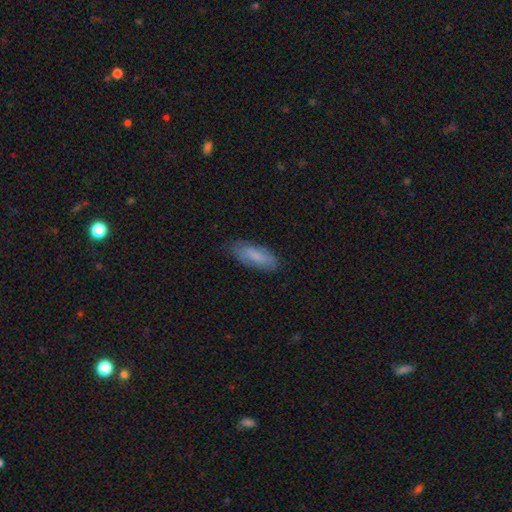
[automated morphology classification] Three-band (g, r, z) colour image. It shows a smooth galaxy with no disk features (76%) that is in between round and cigar-shaped (60%). Merging: none (76%).